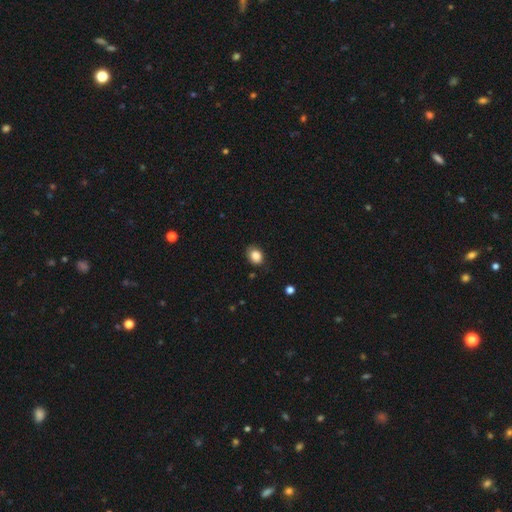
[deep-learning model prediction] smooth 85%, star or artifact 9%, featured or disk 5%. Down the decision tree: how rounded — in between (57%); merging — none (76%).